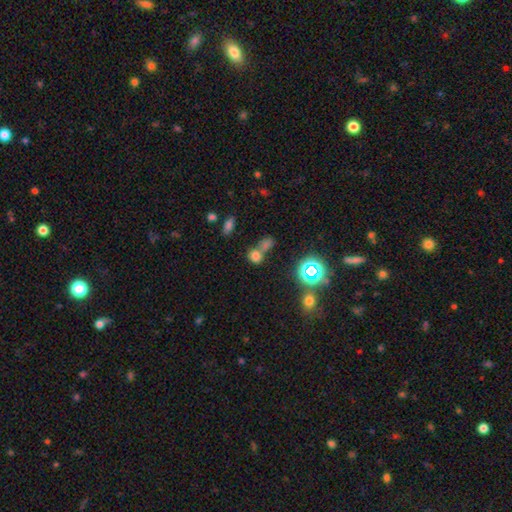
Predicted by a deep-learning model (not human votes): smooth 67%, star or artifact 25%, featured or disk 8%. Down the decision tree: how rounded — round (64%); merging — merger (45%).